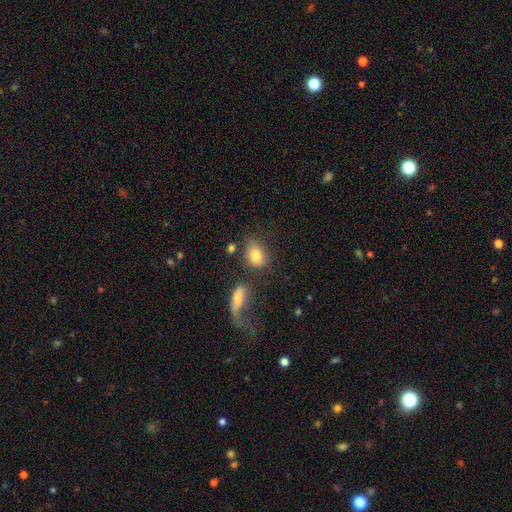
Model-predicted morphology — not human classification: This is clearly a smooth galaxy (80%). How rounded: likely in between (70%). Merging: possibly none (58%).